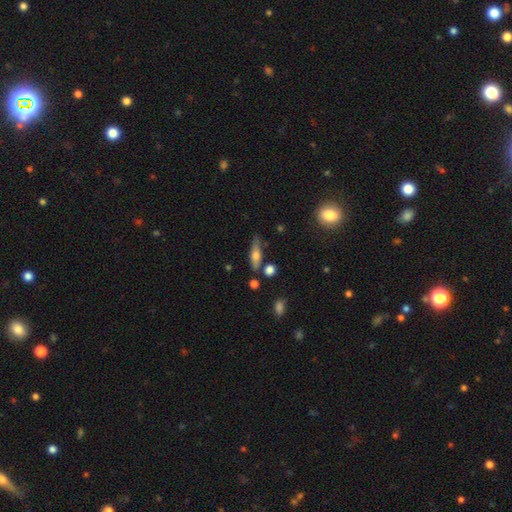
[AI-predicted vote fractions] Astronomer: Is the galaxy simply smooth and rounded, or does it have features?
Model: smooth — 62%.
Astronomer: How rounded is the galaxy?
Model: cigar-shaped — 56% (runner-up: in between, 40%).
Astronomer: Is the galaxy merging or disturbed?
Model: none — 68%.